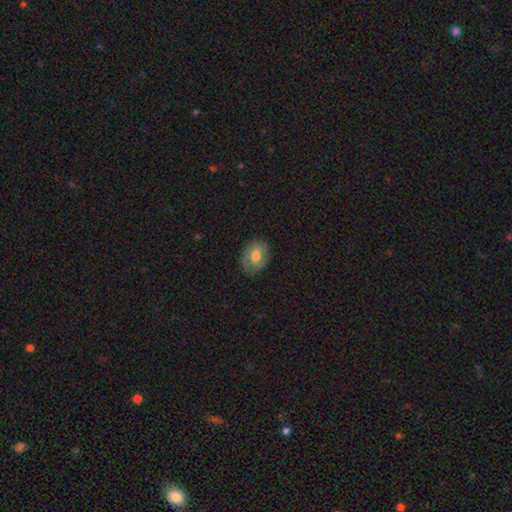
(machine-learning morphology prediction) This appears to be a smooth galaxy with no disk features (55%) that is in between round and cigar-shaped (67%). Merging: none (76%).